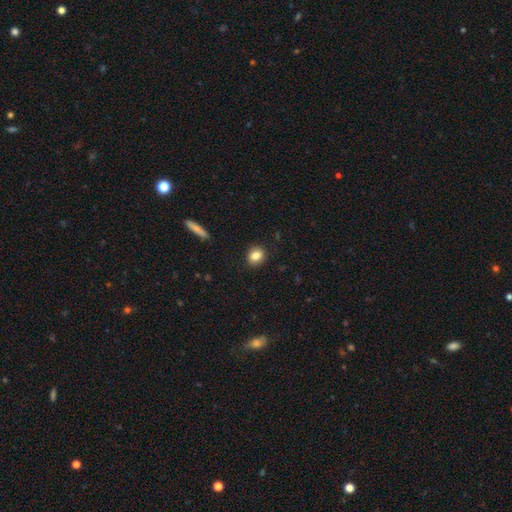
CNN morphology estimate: smooth_or_featured: smooth (p=0.83) [alt: star or artifact p=0.09]
how_rounded: round (p=0.66) [alt: in between p=0.33]
merging: none (p=0.90) [alt: minor disturbance p=0.07]